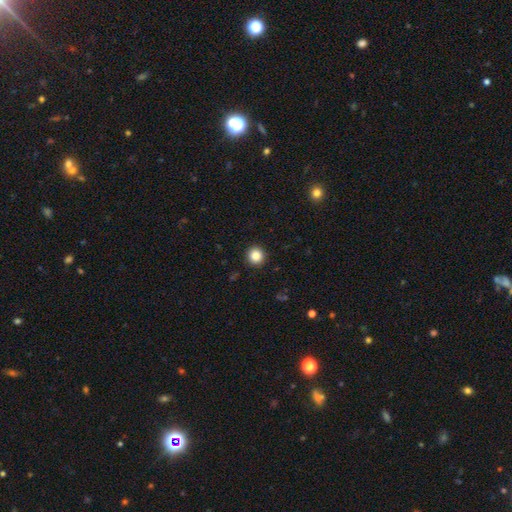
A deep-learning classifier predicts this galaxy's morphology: Smooth or featured?
  - smooth: 85% *
  - star or artifact: 10%
  - featured or disk: 4%
How rounded?
  - round: 94% *
  - in between: 5%
  - cigar-shaped: 1%
Merging?
  - none: 93% *
  - minor disturbance: 4%
  - major disturbance: 2%
  - merger: 1%